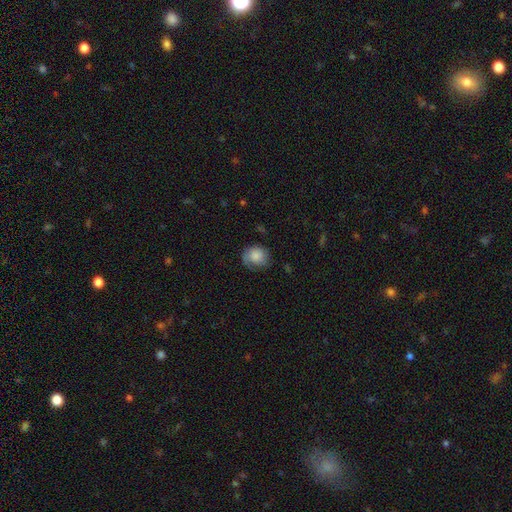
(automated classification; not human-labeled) This appears to be a smooth galaxy with no disk features (71%) that is round (74%). Merging: none (60%).